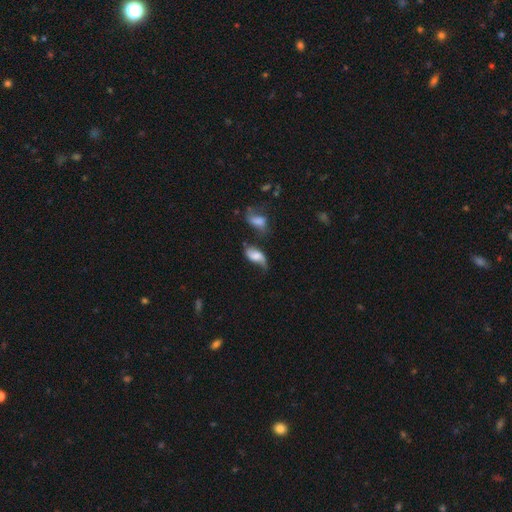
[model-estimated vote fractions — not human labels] Overall: smooth (51%; featured or disk 39%). How rounded: in between (88%). Merging: none (34%; minor disturbance 29%).